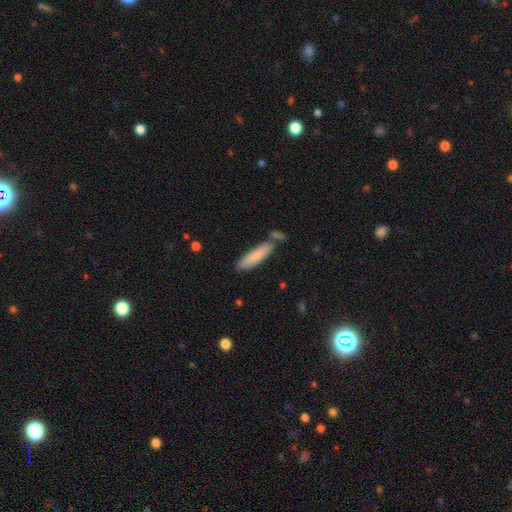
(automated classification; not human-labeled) This appears to be a smooth galaxy with no disk features (79%) that is cigar-shaped (70%). Merging: none (70%).